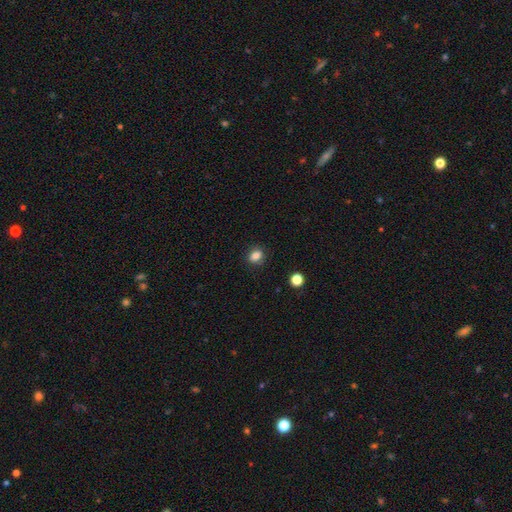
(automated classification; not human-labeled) Q: Smooth or featured?
A: smooth (84%); runner-up: star or artifact (11%)
Q: How rounded?
A: in between (50%); runner-up: round (49%)
Q: Merging?
A: none (86%); runner-up: minor disturbance (10%)